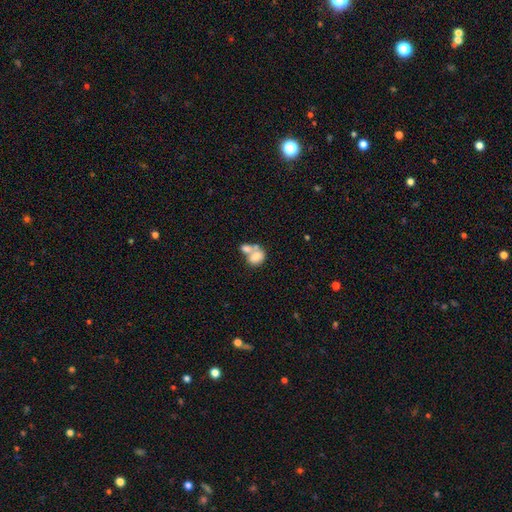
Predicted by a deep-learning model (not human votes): smooth-or-featured: smooth: 71% | featured or disk: 20% | star or artifact: 9%
  how-rounded: in between: 71% | round: 28% | cigar-shaped: 1%
  merging: merger: 66% | none: 20% | minor disturbance: 8% | major disturbance: 6%